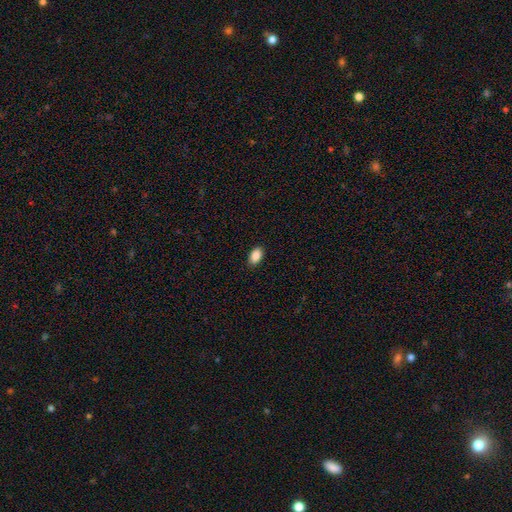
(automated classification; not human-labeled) Smooth or featured?
  - smooth: 89% *
  - star or artifact: 8%
  - featured or disk: 3%
How rounded?
  - in between: 91% *
  - round: 7%
  - cigar-shaped: 2%
Merging?
  - none: 89% *
  - minor disturbance: 8%
  - major disturbance: 2%
  - merger: 1%